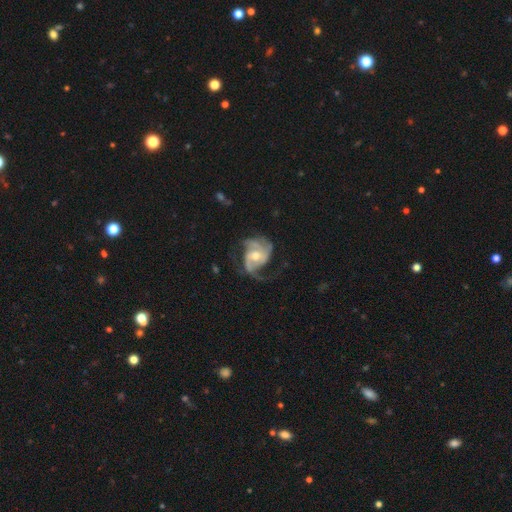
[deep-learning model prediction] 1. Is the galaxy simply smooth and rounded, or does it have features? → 85% featured or disk, 10% smooth, 5% star or artifact.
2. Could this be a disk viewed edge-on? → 98% no, 2% yes.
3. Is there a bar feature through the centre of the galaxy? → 54% no, 35% weak, 11% strong.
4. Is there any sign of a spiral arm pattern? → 95% yes, 5% no.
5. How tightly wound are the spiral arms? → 46% medium, 32% loose, 22% tight.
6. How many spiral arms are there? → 42% 2, 31% 3, 11% can't tell, 6% 1, 5% 4, 4% more than 4.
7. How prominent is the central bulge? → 67% moderate, 24% small, 6% large, 2% none, 1% dominant.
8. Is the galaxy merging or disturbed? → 50% none, 26% major disturbance, 22% minor disturbance, 2% merger.